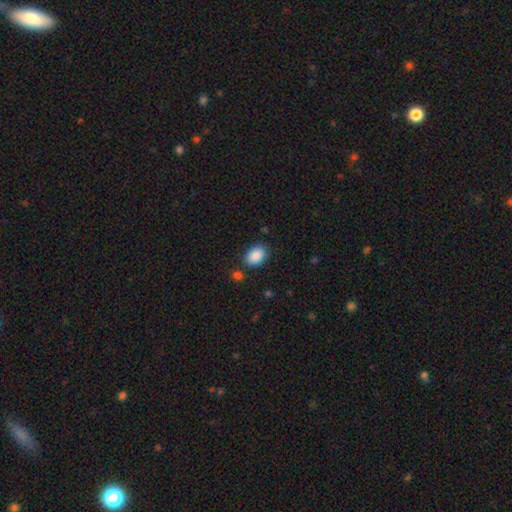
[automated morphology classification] smooth_or_featured: smooth (p=0.89) [alt: star or artifact p=0.07]
how_rounded: in between (p=0.84) [alt: round p=0.15]
merging: none (p=0.81) [alt: minor disturbance p=0.11]